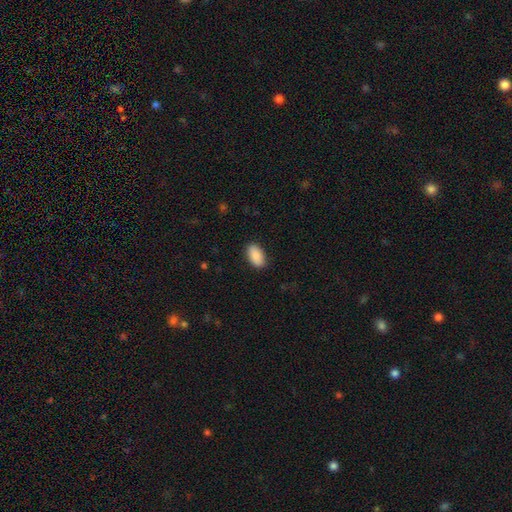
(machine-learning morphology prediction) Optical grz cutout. It shows a smooth galaxy with no disk features (87%) that is in between round and cigar-shaped (94%). Merging: none (88%).